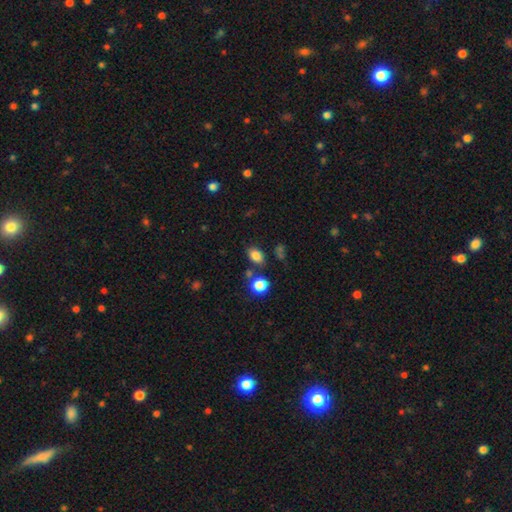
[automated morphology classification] Overall: smooth (82%). How rounded: in between (77%). Merging: none (74%).